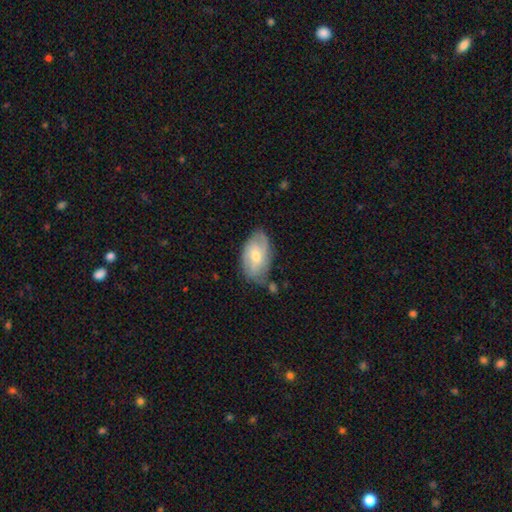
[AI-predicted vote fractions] A featured or disk galaxy (58%) with no bar (52%), spiral arms (82%) and a moderate central bulge (52%).

Vote fractions:
- Smooth or featured? featured or disk: 58% / smooth: 36% / star or artifact: 7%
- Edge-on disk? no: 94% / yes: 6%
- Bar? no: 52% / weak: 39% / strong: 8%
- Spiral arms? yes: 82% / no: 18%
- Bulge size? moderate: 52% / small: 44% / large: 2% / none: 2% / dominant: 1%
- Merging? none: 64% / minor disturbance: 25% / major disturbance: 6% / merger: 4%